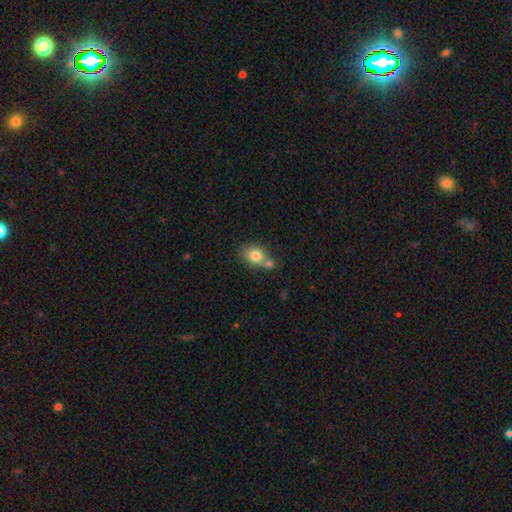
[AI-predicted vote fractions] Overall: smooth (79%). How rounded: in between (55%; round 43%). Merging: none (45%; merger 38%).